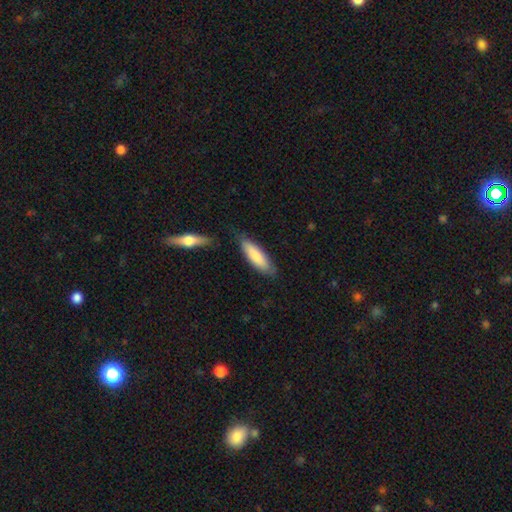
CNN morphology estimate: The model was most divided on "how rounded": cigar-shaped: 54%, in between: 45%, round: 1%. More confident: smooth or featured — smooth (81%); merging — none (75%).